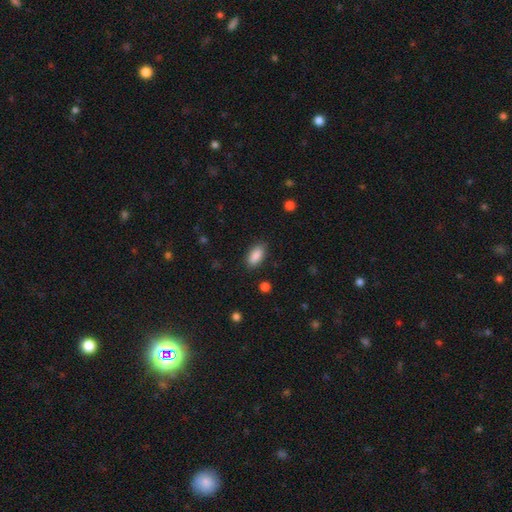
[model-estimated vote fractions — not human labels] This is clearly a smooth galaxy (89%). How rounded: clearly in between (89%). Merging: clearly none (87%).